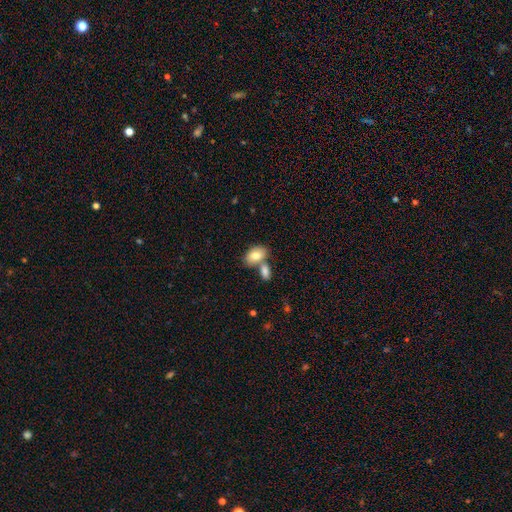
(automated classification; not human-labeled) Smooth or featured: smooth — 80% (featured or disk — 13%)
How rounded: in between — 90% (round — 8%)
Merging: none — 45% (merger — 41%)